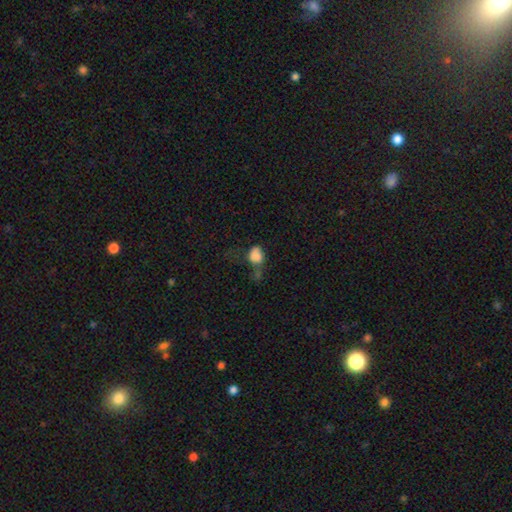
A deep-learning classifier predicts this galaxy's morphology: Smooth or featured? Predicted: smooth (p=0.75). How rounded? Predicted: in between (p=0.61). Merging? Predicted: major disturbance (p=0.29).